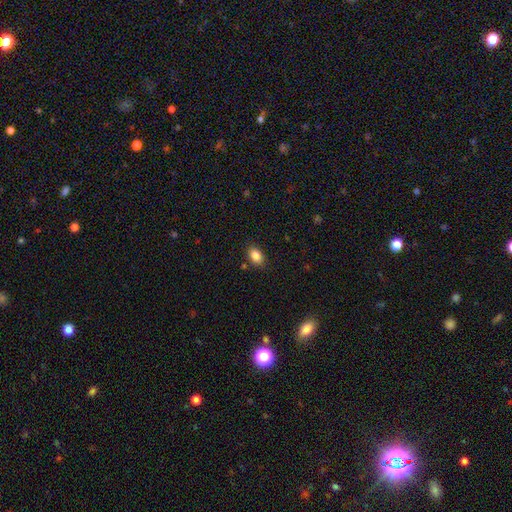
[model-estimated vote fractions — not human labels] Smooth or featured: smooth — 85% (star or artifact — 9%)
How rounded: in between — 83% (round — 15%)
Merging: none — 85% (minor disturbance — 10%)